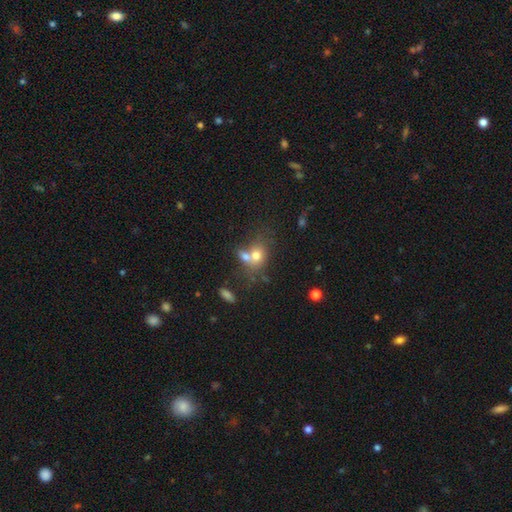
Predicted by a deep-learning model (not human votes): A smooth galaxy with no disk features (70%) that is round (50%). Merging: merger (53%).